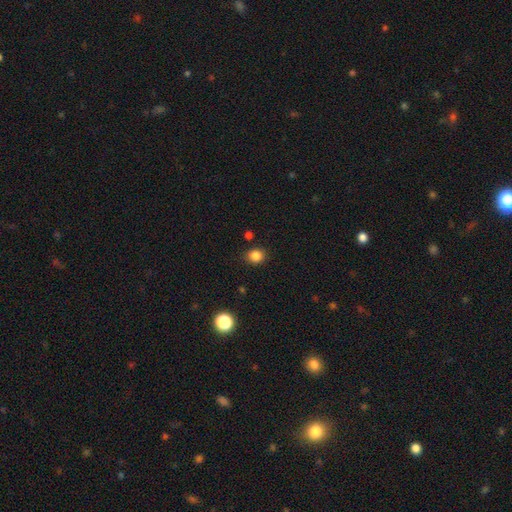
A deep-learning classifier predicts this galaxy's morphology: Q: Smooth or featured?
A: smooth (84%); runner-up: star or artifact (12%)
Q: How rounded?
A: round (79%); runner-up: in between (20%)
Q: Merging?
A: none (85%); runner-up: minor disturbance (10%)